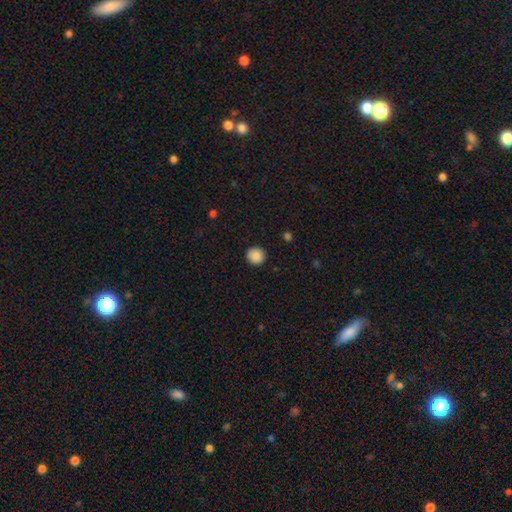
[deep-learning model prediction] smooth 89%, star or artifact 9%, featured or disk 3%. Down the decision tree: how rounded — round (91%); merging — none (91%).